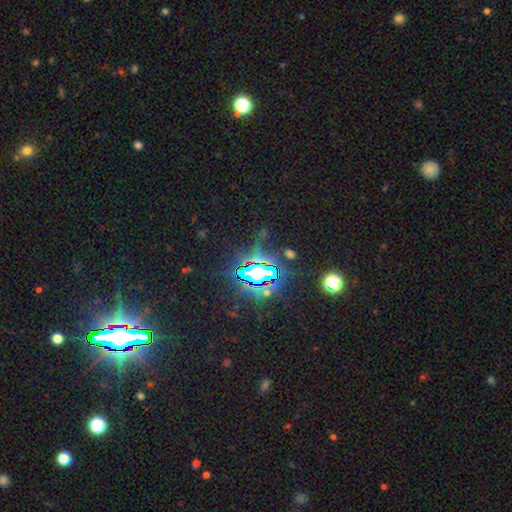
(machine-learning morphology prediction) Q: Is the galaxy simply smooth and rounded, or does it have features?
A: star or artifact — 83%.